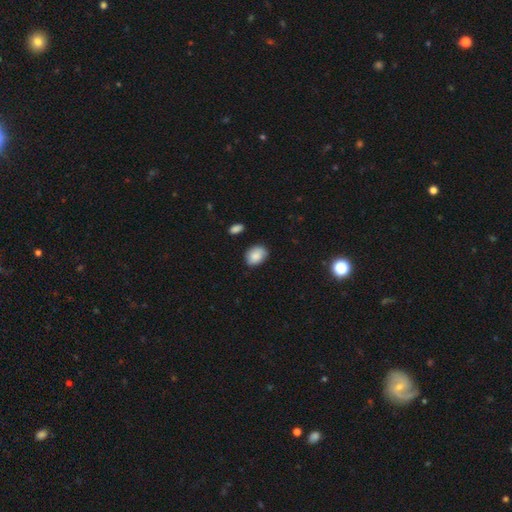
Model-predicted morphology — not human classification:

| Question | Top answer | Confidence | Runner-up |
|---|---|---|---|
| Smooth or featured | smooth | 86% | star or artifact (8%) |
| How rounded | in between | 68% | round (31%) |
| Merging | none | 76% | minor disturbance (19%) |